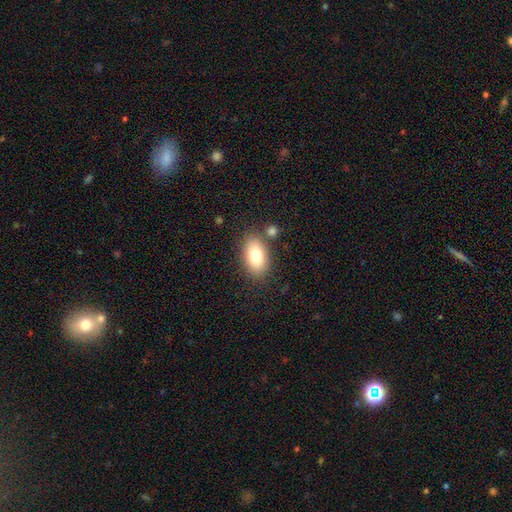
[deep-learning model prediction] Smooth or featured? smooth (79%)
How rounded? in between (91%)
Merging? none (78%)